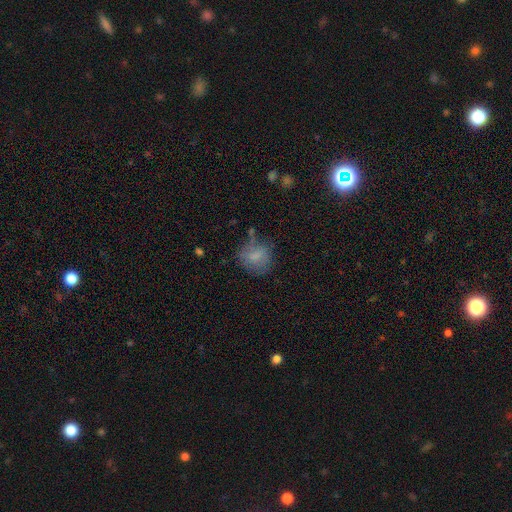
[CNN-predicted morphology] smooth 72%, featured or disk 18%, star or artifact 10%. Down the decision tree: how rounded — round (70%); merging — none (61%).